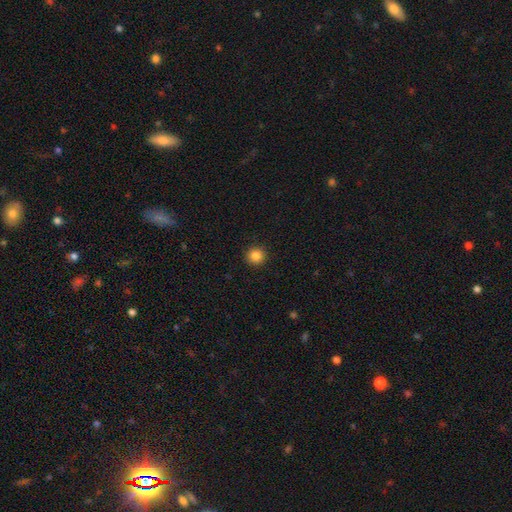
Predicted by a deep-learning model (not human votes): Morphology: type=smooth (85%); roundness=round (93%); merging=none (92%).